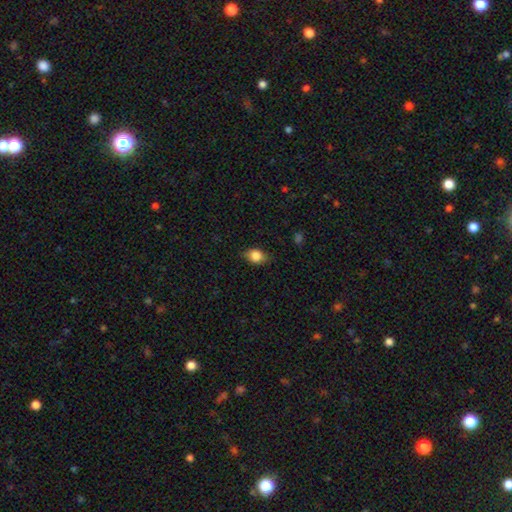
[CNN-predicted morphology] A smooth galaxy with no disk features (82%) that is in between round and cigar-shaped (72%).

Vote fractions:
- Smooth or featured? smooth: 82% / featured or disk: 9% / star or artifact: 9%
- How rounded? in between: 72% / round: 26% / cigar-shaped: 2%
- Merging? none: 79% / minor disturbance: 16% / major disturbance: 4% / merger: 1%